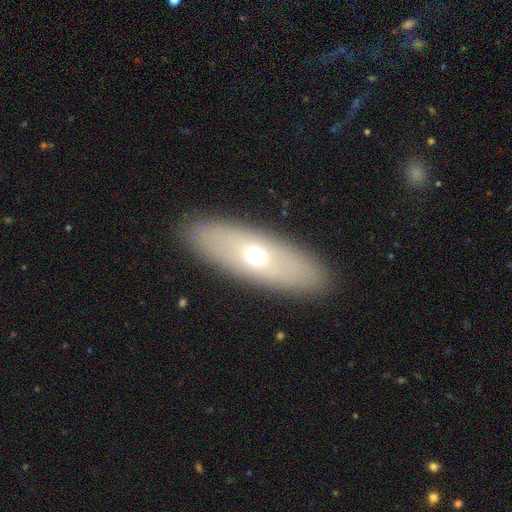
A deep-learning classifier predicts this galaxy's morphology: smooth 55%, featured or disk 37%, star or artifact 8%. Down the decision tree: how rounded — in between (62%); merging — none (88%).